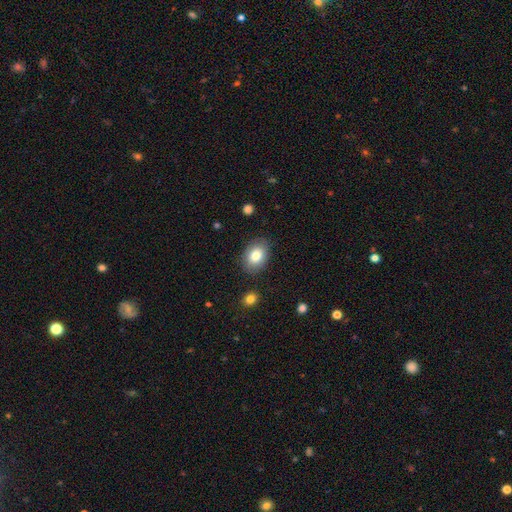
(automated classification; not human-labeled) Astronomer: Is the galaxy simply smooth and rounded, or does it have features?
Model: smooth — 81%.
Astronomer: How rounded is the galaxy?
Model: in between — 76%.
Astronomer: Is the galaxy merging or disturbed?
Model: none — 84%.